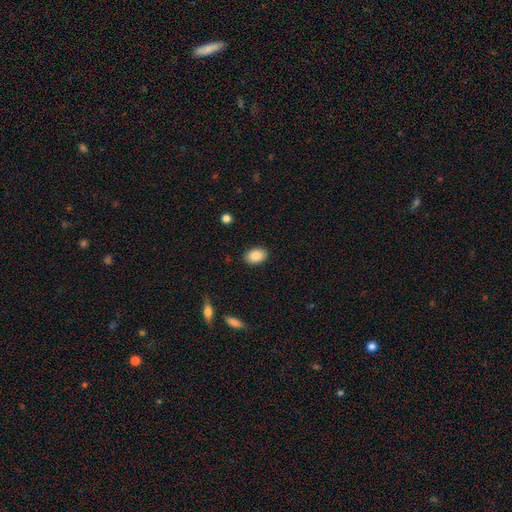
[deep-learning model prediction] Smooth or featured? Predicted: smooth (p=0.88). How rounded? Predicted: in between (p=0.85). Merging? Predicted: none (p=0.88).